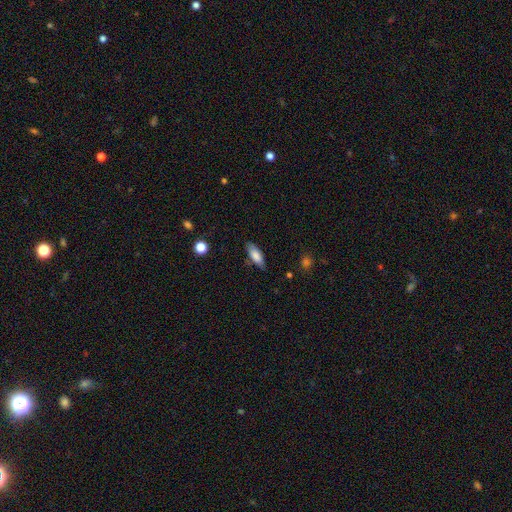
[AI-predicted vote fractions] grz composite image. It shows a smooth galaxy with no disk features (79%) that is in between round and cigar-shaped (66%). Merging: none (76%).